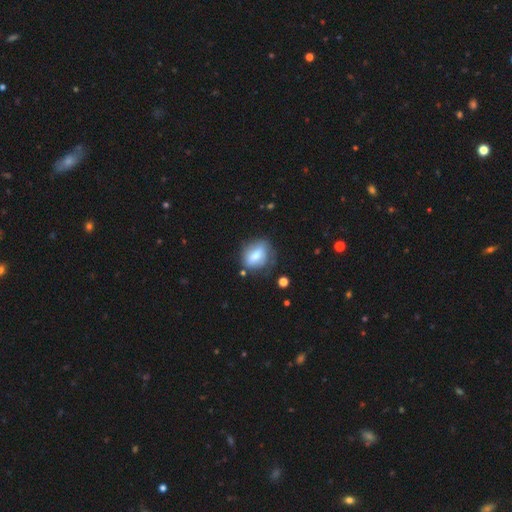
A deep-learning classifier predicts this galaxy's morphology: This appears to be a smooth galaxy with no disk features (65%) that is in between round and cigar-shaped (60%). Merging: none (58%).